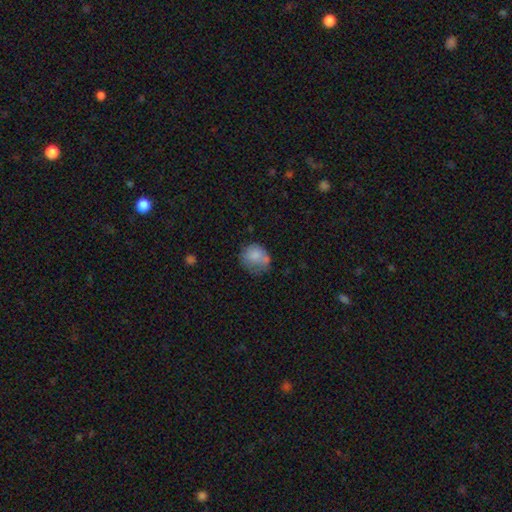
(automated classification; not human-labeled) Smooth or featured: smooth — 77% (featured or disk — 14%)
How rounded: round — 70% (in between — 29%)
Merging: none — 46% (minor disturbance — 31%)